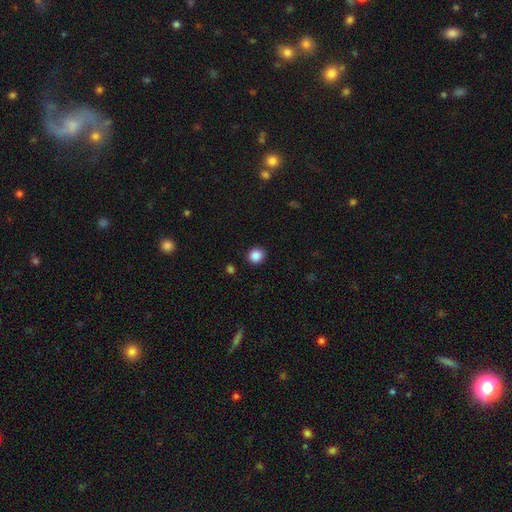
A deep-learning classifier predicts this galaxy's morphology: A smooth galaxy with no disk features (87%) that is round (87%).

Vote fractions:
- Smooth or featured? smooth: 87% / star or artifact: 10% / featured or disk: 3%
- How rounded? round: 87% / in between: 13% / cigar-shaped: 1%
- Merging? none: 91% / minor disturbance: 5% / major disturbance: 2% / merger: 1%